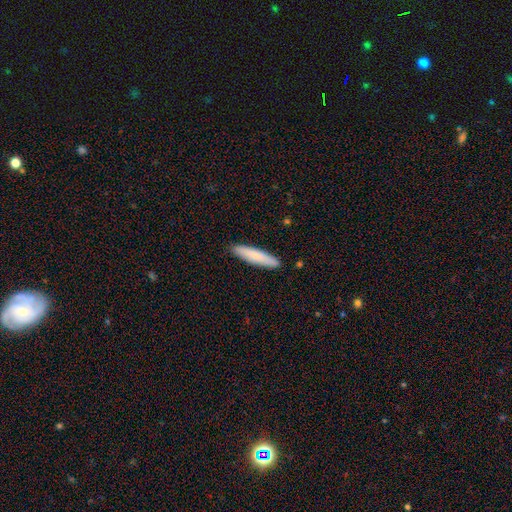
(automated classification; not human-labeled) This is likely a smooth galaxy (79%). How rounded: clearly cigar-shaped (85%). Merging: clearly none (90%).